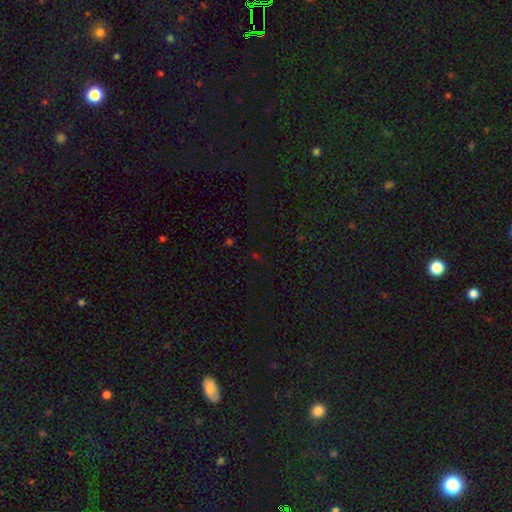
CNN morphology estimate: smooth-or-featured: star or artifact: 65% | smooth: 28% | featured or disk: 7%